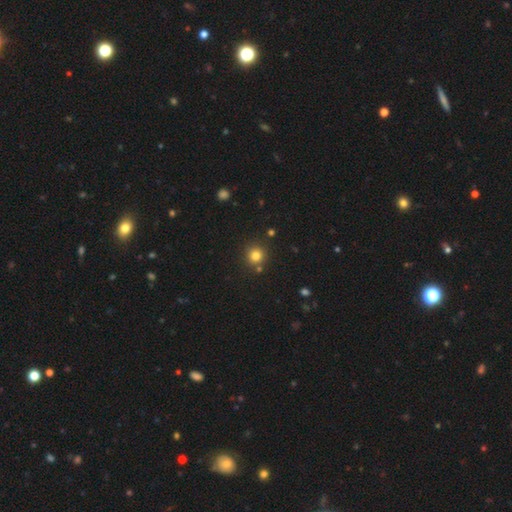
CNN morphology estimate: This appears to be a smooth galaxy with no disk features (80%) that is round (93%). Merging: none (83%).